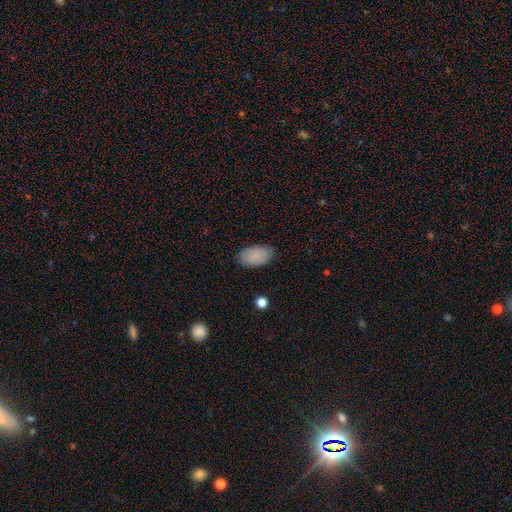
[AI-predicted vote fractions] Smooth or featured?
  - smooth: 87% *
  - star or artifact: 7%
  - featured or disk: 6%
How rounded?
  - in between: 94% *
  - round: 5%
  - cigar-shaped: 2%
Merging?
  - none: 84% *
  - minor disturbance: 12%
  - major disturbance: 3%
  - merger: 1%